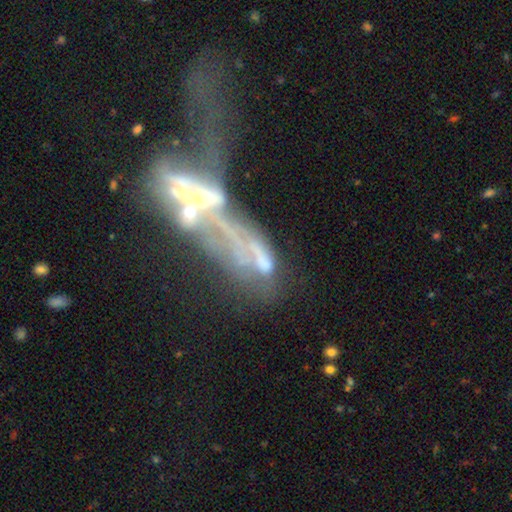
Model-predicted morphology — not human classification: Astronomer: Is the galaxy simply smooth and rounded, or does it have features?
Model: featured or disk — 59%.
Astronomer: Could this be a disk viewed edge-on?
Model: no — 77%.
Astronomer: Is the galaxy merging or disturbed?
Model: merger — 53% (runner-up: major disturbance, 30%).